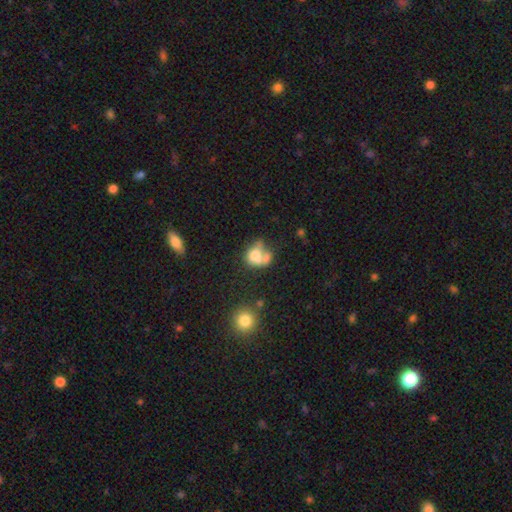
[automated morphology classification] Smooth or featured? smooth (66%)
How rounded? in between (52%)
Merging? merger (51%)